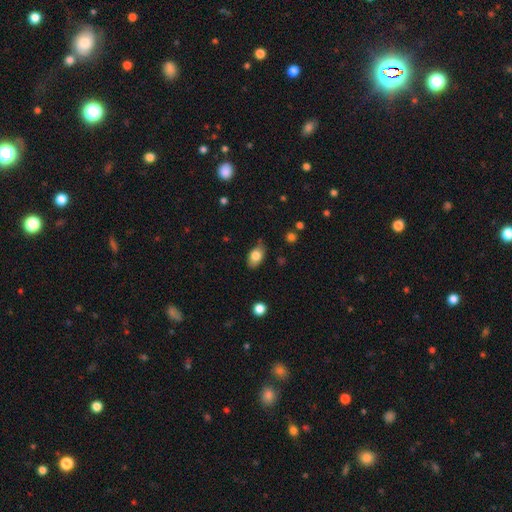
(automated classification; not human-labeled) Smooth or featured? smooth (80%)
How rounded? in between (90%)
Merging? none (78%)